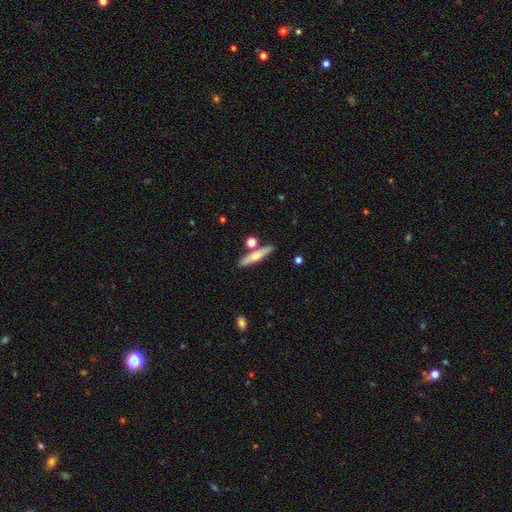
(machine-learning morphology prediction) smooth 56%, featured or disk 38%, star or artifact 6%. Down the decision tree: how rounded — cigar-shaped (85%); merging — none (81%).